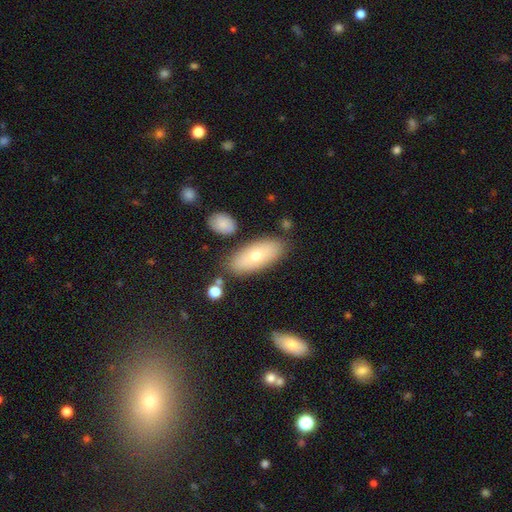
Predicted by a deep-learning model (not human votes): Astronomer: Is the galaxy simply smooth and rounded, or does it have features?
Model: smooth — 67%.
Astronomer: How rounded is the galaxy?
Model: in between — 83%.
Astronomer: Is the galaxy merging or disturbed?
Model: none — 79%.